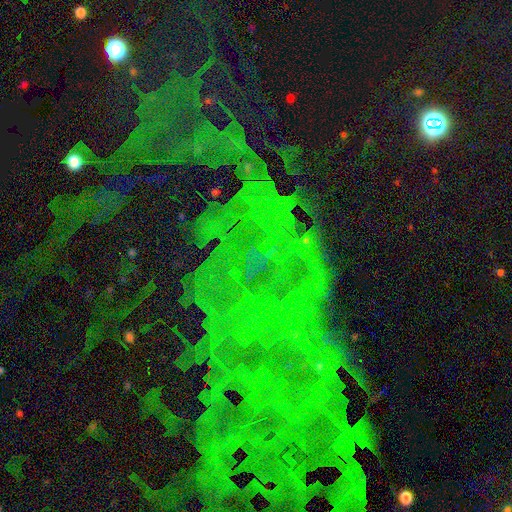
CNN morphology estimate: The model was most divided on "smooth or featured": star or artifact: 83%, featured or disk: 9%, smooth: 8%.